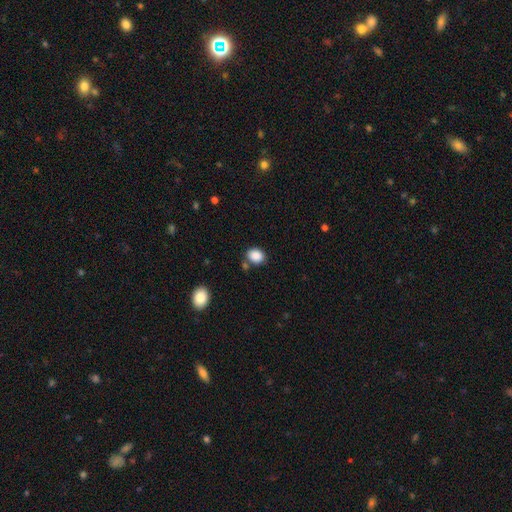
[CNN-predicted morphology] This is clearly a smooth galaxy (88%). How rounded: possibly round (50%). Merging: likely none (76%).